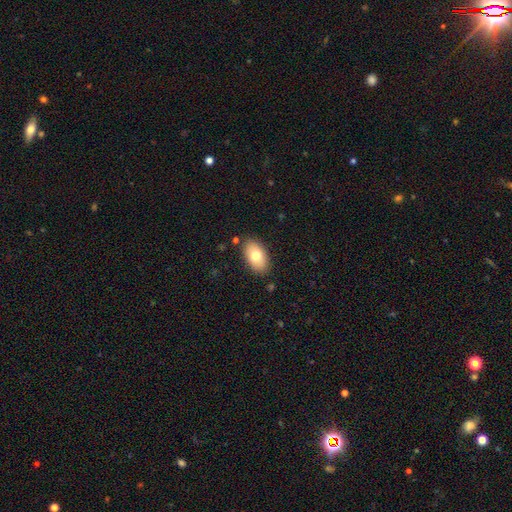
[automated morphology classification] smooth-or-featured: smooth: 75% | featured or disk: 18% | star or artifact: 7%
  how-rounded: in between: 92% | round: 6% | cigar-shaped: 1%
  merging: none: 86% | minor disturbance: 10% | major disturbance: 2% | merger: 2%